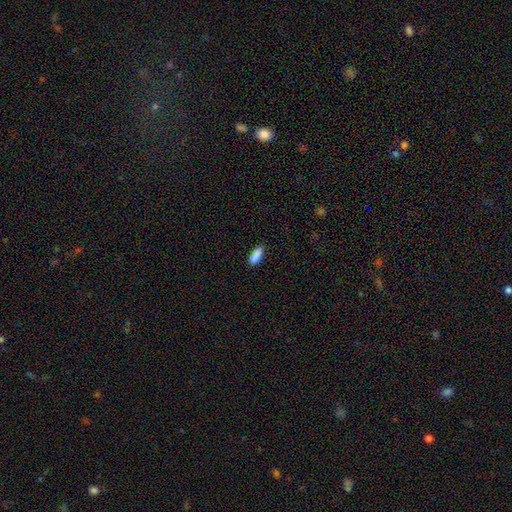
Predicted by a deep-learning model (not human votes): A smooth galaxy with no disk features (88%) that is in between round and cigar-shaped (58%).

Vote fractions:
- Smooth or featured? smooth: 88% / star or artifact: 7% / featured or disk: 5%
- How rounded? in between: 58% / cigar-shaped: 40% / round: 2%
- Merging? none: 84% / minor disturbance: 11% / merger: 2% / major disturbance: 2%